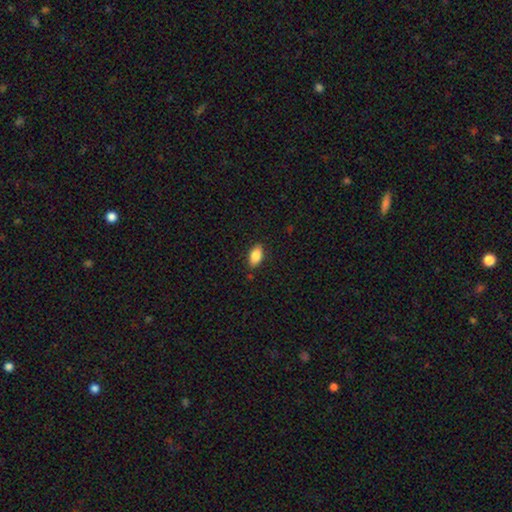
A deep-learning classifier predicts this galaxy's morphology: smooth-or-featured: smooth: 85% | star or artifact: 7% | featured or disk: 7%
  how-rounded: in between: 92% | round: 5% | cigar-shaped: 4%
  merging: none: 86% | minor disturbance: 10% | major disturbance: 2% | merger: 1%